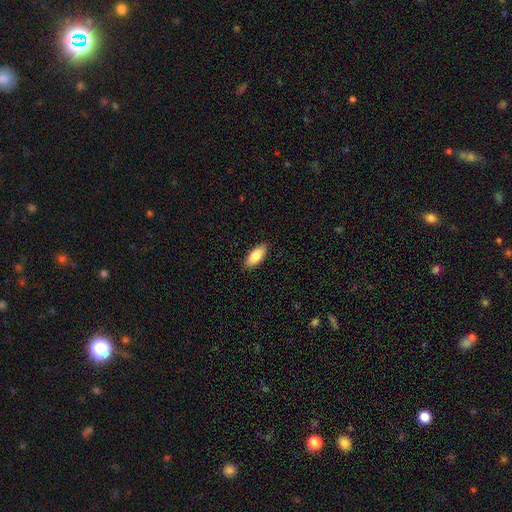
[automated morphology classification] A smooth galaxy with no disk features (85%) that is in between round and cigar-shaped (86%).

Vote fractions:
- Smooth or featured? smooth: 85% / featured or disk: 10% / star or artifact: 6%
- How rounded? in between: 86% / cigar-shaped: 12% / round: 2%
- Merging? none: 89% / minor disturbance: 9% / major disturbance: 2% / merger: 1%